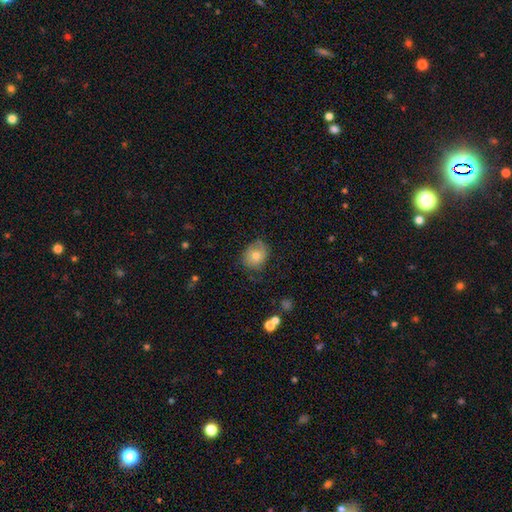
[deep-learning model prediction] smooth 70%, featured or disk 21%, star or artifact 9%. Down the decision tree: how rounded — round (61%); merging — none (66%).